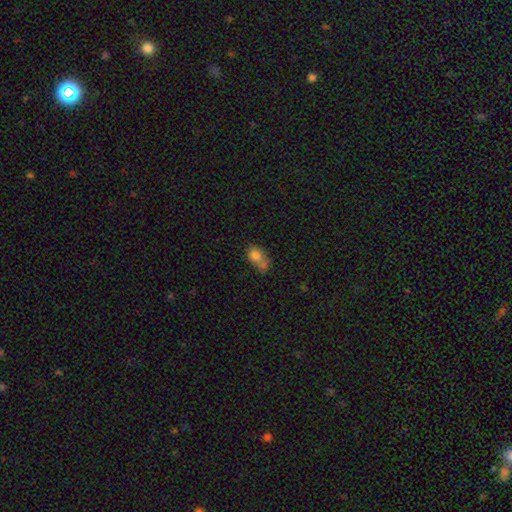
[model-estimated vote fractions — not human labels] Smooth or featured: smooth — 76% (featured or disk — 13%)
How rounded: in between — 67% (round — 31%)
Merging: merger — 44% (none — 26%)